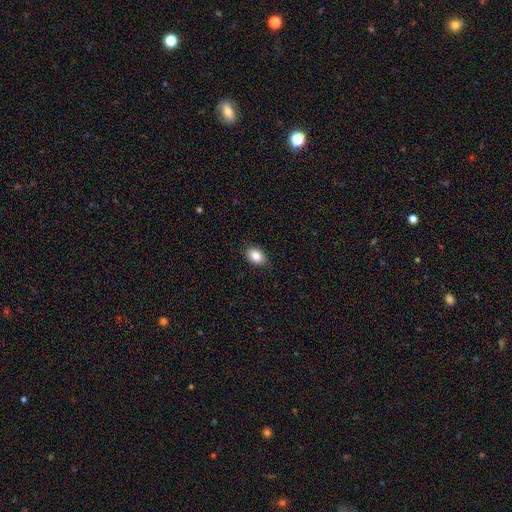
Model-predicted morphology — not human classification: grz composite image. It shows a smooth galaxy with no disk features (86%) that is in between round and cigar-shaped (82%). Merging: none (88%).